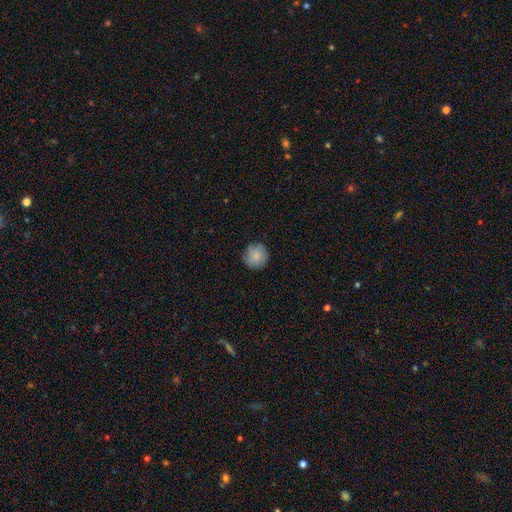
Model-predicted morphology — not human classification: Smooth or featured? Predicted: smooth (p=0.80). How rounded? Predicted: round (p=0.94). Merging? Predicted: none (p=0.83).